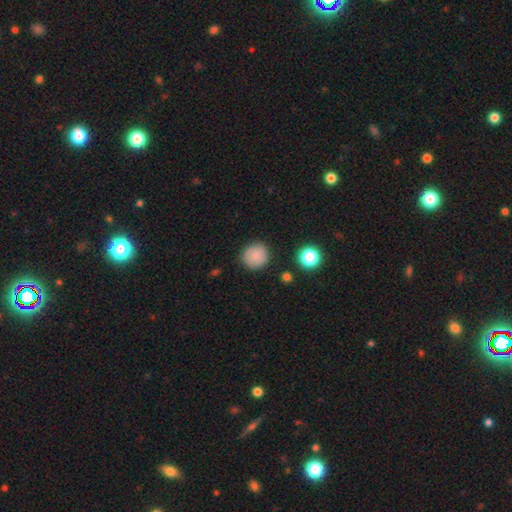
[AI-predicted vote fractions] smooth 85%, star or artifact 9%, featured or disk 5%. Down the decision tree: how rounded — round (93%); merging — none (88%).